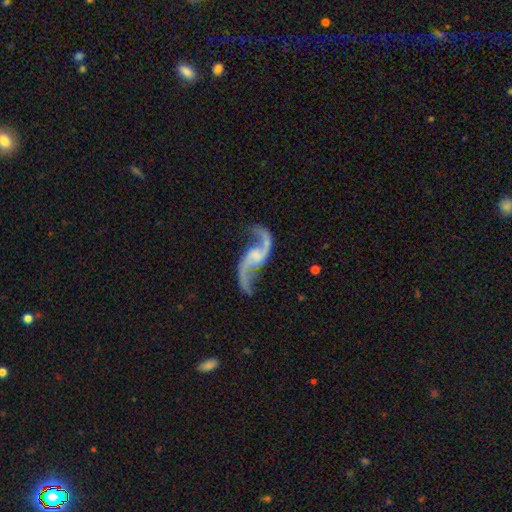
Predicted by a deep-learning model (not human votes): Smooth or featured? Predicted: featured or disk (p=0.92). Edge-on disk? Predicted: no (p=0.97). Bar? Predicted: no (p=0.48). Spiral arms? Predicted: yes (p=0.97). Spiral winding? Predicted: loose (p=0.86). Spiral arm count? Predicted: 2 (p=0.94). Bulge size? Predicted: none (p=0.42). Merging? Predicted: none (p=0.73).